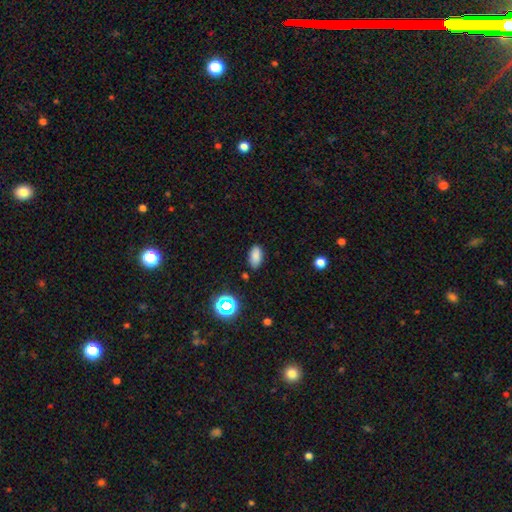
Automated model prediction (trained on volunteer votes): Overall: smooth (82%). How rounded: in between (91%). Merging: none (85%).